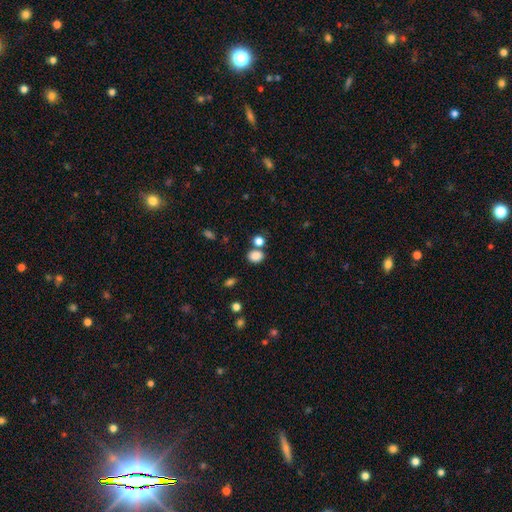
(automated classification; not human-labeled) This appears to be a smooth galaxy with no disk features (84%) that is round (50%). Merging: none (65%).